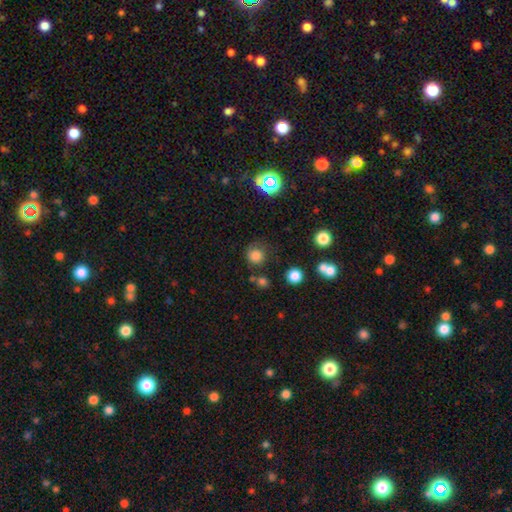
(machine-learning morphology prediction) Smooth or featured? smooth (78%)
How rounded? round (91%)
Merging? none (73%)